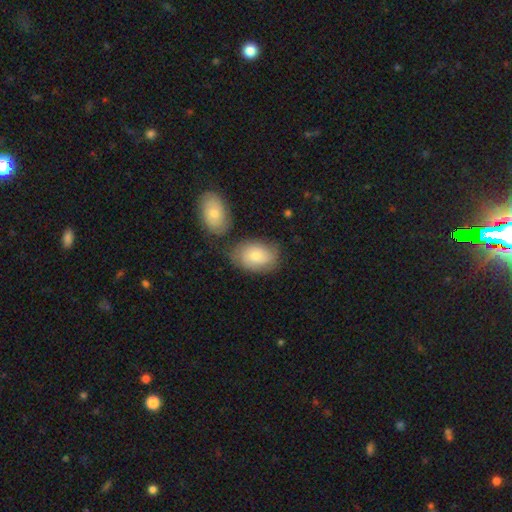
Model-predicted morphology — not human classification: smooth-or-featured: smooth: 60% | featured or disk: 33% | star or artifact: 7%
  how-rounded: in between: 83% | round: 16% | cigar-shaped: 1%
  merging: none: 60% | minor disturbance: 21% | merger: 12% | major disturbance: 7%